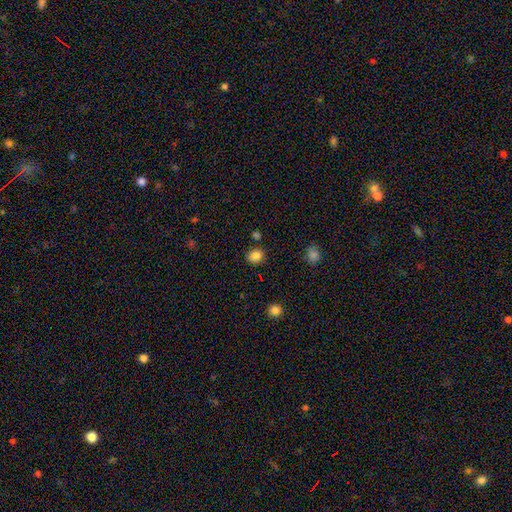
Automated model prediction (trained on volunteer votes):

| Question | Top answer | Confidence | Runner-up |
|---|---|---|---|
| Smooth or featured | smooth | 84% | star or artifact (11%) |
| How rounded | round | 68% | in between (31%) |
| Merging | none | 82% | minor disturbance (11%) |